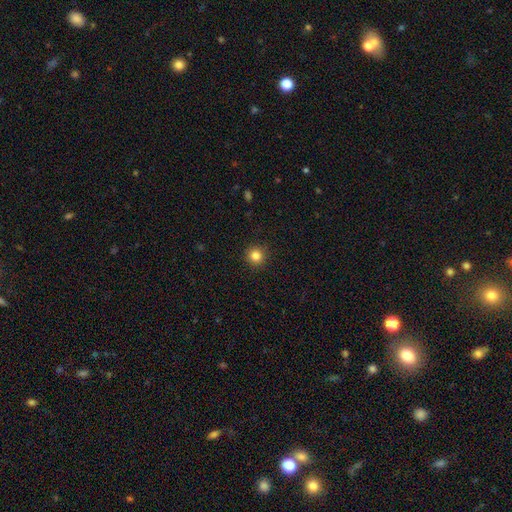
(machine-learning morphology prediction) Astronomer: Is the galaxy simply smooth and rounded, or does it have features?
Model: smooth — 83%.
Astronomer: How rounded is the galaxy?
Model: round — 95%.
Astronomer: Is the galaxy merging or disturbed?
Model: none — 92%.